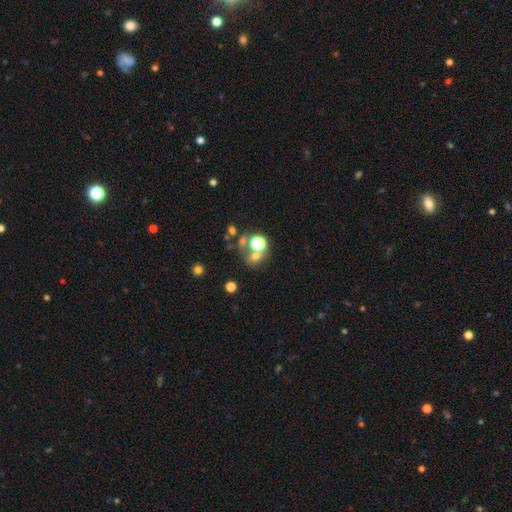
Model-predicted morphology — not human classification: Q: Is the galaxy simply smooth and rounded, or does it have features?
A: smooth — 57%.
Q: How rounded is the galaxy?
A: round — 71%.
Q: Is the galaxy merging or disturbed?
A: none — 48%.